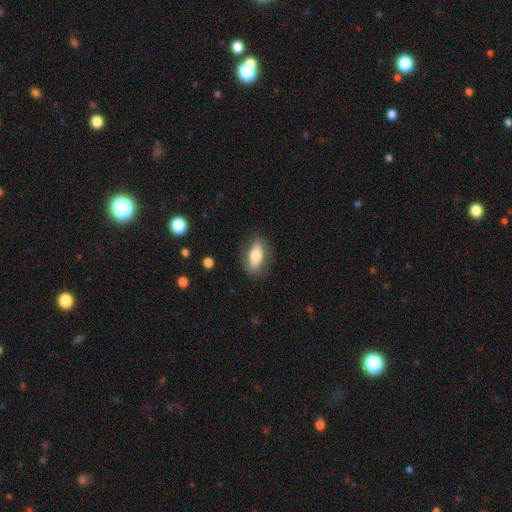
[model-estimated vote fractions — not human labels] Q: Smooth or featured?
A: smooth (68%); runner-up: featured or disk (25%)
Q: How rounded?
A: in between (85%); runner-up: cigar-shaped (10%)
Q: Merging?
A: none (81%); runner-up: minor disturbance (13%)